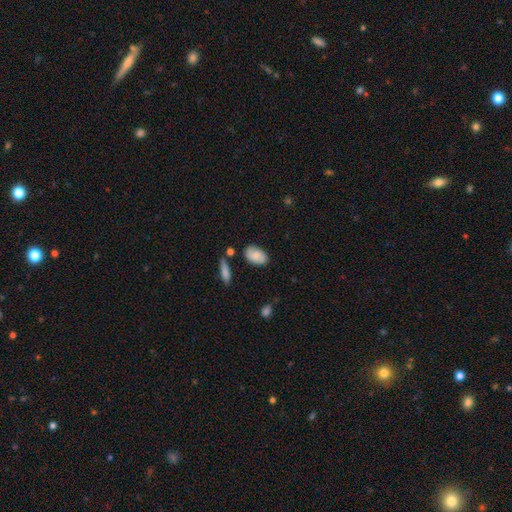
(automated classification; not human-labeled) smooth-or-featured: smooth: 77% | featured or disk: 17% | star or artifact: 7%
  how-rounded: in between: 92% | round: 6% | cigar-shaped: 2%
  merging: none: 75% | minor disturbance: 16% | merger: 5% | major disturbance: 4%